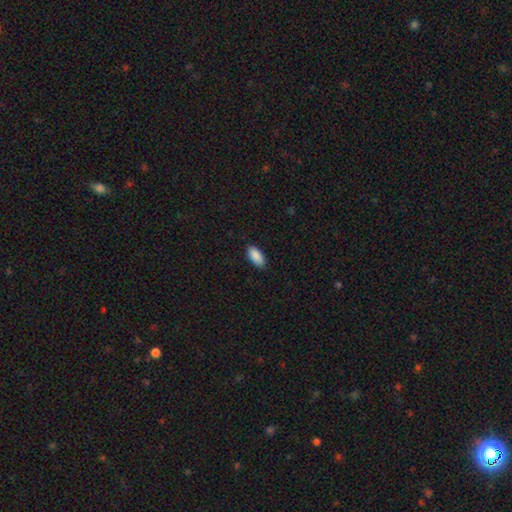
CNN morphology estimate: Q: Smooth or featured?
A: smooth (90%); runner-up: star or artifact (6%)
Q: How rounded?
A: in between (92%); runner-up: cigar-shaped (6%)
Q: Merging?
A: none (87%); runner-up: minor disturbance (10%)